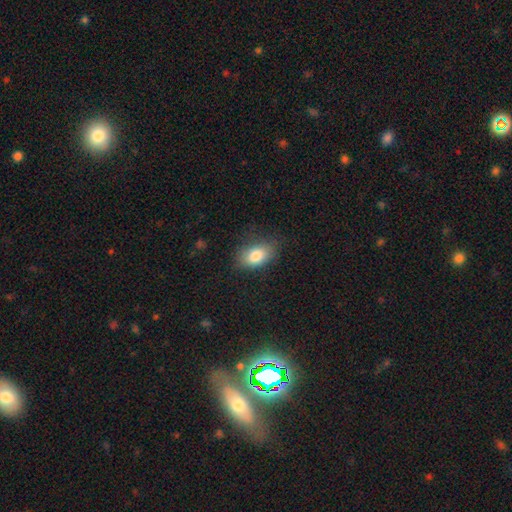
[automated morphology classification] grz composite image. It shows a smooth galaxy with no disk features (81%) that is in between round and cigar-shaped (86%). Merging: none (76%).